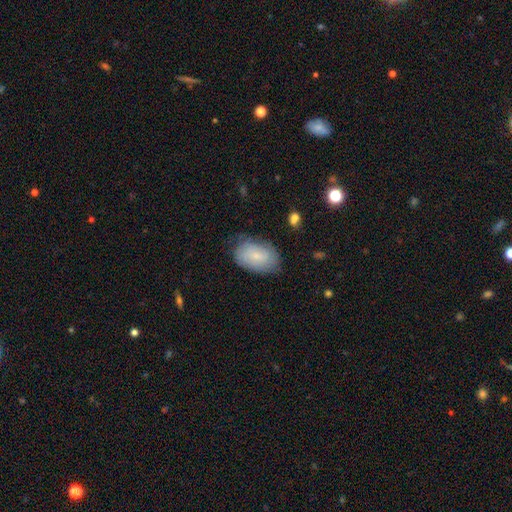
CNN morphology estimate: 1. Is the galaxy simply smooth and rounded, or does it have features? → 71% smooth, 22% featured or disk, 7% star or artifact.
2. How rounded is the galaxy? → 90% in between, 8% round, 1% cigar-shaped.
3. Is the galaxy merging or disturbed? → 72% none, 21% minor disturbance, 5% major disturbance, 1% merger.